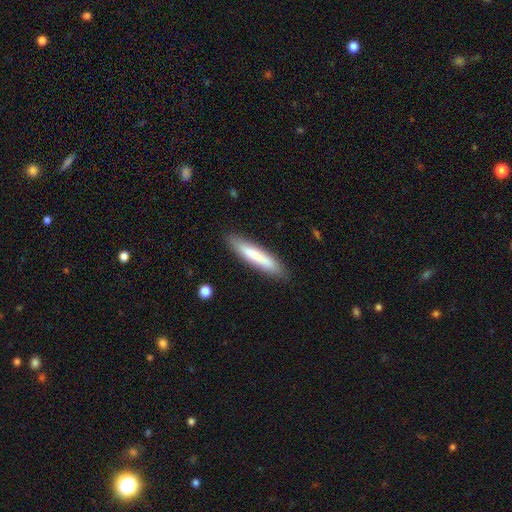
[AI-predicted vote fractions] Q: Smooth or featured?
A: smooth (75%); runner-up: featured or disk (19%)
Q: How rounded?
A: cigar-shaped (89%); runner-up: in between (10%)
Q: Merging?
A: none (87%); runner-up: minor disturbance (9%)